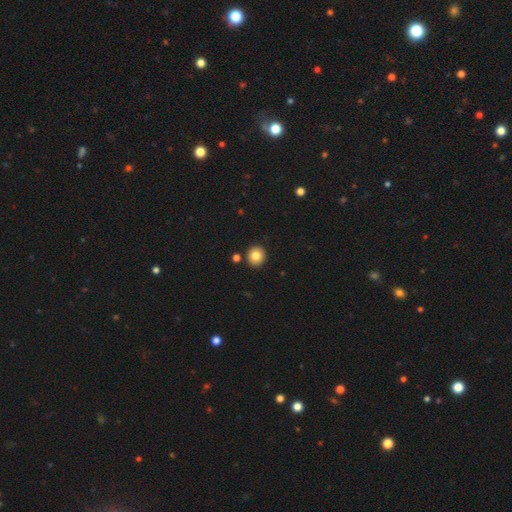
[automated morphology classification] Overall: smooth (83%). How rounded: round (85%). Merging: none (89%).